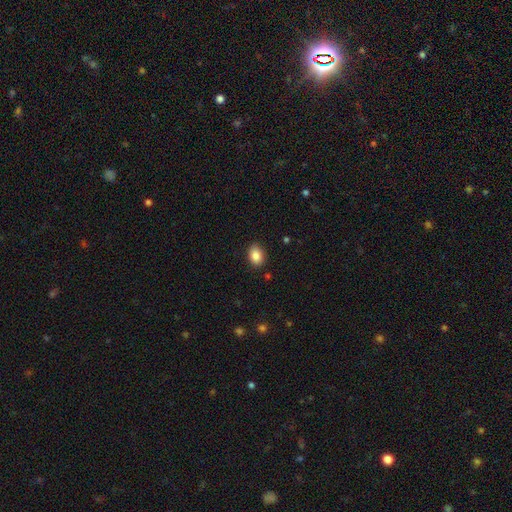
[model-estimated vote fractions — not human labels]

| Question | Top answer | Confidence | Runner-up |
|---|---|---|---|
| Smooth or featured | smooth | 86% | star or artifact (9%) |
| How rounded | in between | 72% | round (27%) |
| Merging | none | 86% | minor disturbance (10%) |